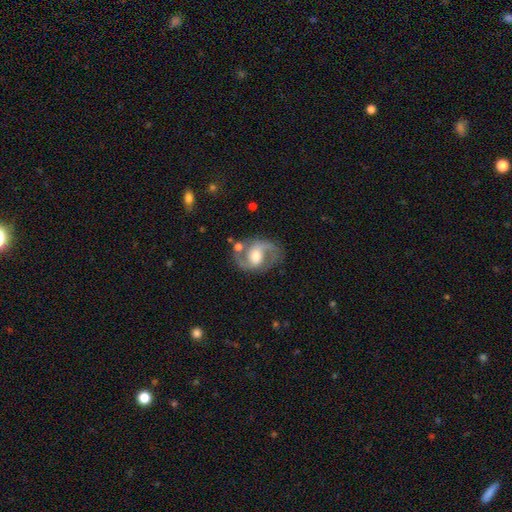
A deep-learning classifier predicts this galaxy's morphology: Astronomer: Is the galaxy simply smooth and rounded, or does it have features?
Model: featured or disk — 86%.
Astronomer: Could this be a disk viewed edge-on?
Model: no — 98%.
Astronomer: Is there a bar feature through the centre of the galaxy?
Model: weak — 43% (runner-up: no, 38%).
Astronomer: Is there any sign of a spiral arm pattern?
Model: yes — 94%.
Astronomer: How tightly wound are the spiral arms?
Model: medium — 59%.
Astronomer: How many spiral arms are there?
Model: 2 — 92%.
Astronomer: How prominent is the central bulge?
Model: moderate — 64%.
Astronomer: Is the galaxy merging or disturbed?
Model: none — 75%.